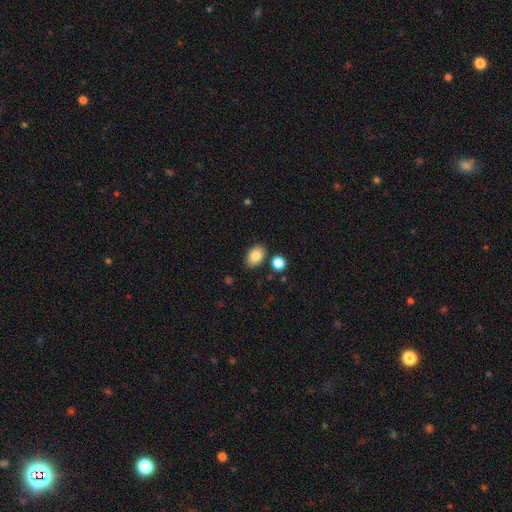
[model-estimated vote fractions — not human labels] Smooth or featured? smooth (84%)
How rounded? in between (84%)
Merging? none (82%)